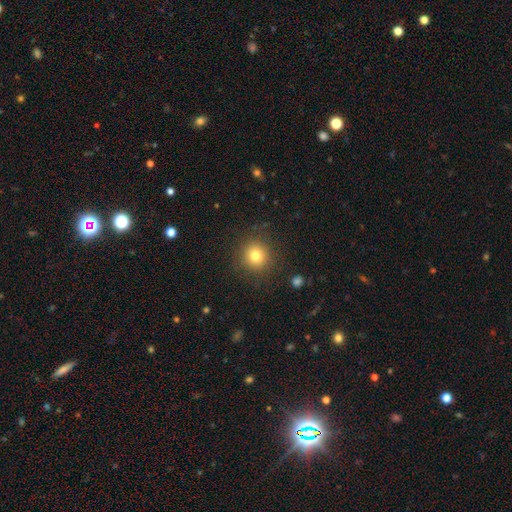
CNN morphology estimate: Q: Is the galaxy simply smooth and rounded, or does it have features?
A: smooth — 78%.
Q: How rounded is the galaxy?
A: round — 92%.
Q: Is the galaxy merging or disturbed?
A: none — 88%.